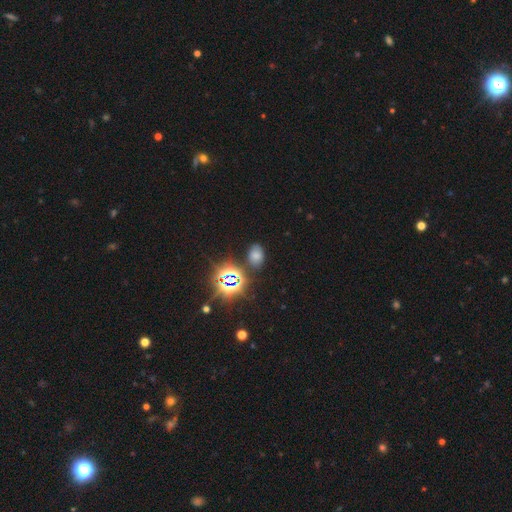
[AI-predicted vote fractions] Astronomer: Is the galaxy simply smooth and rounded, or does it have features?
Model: smooth — 55% (runner-up: star or artifact, 36%).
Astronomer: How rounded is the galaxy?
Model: in between — 79%.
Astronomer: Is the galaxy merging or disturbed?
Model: none — 79%.